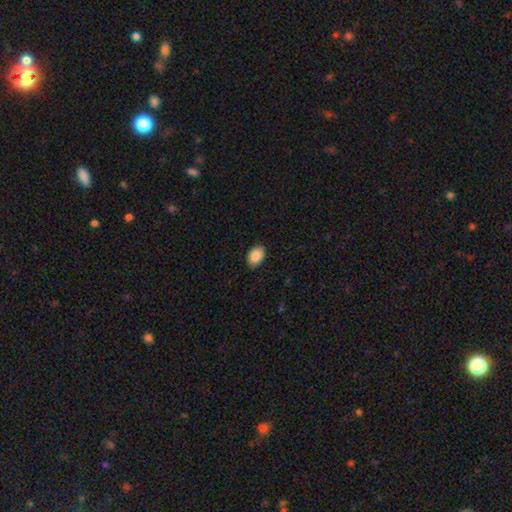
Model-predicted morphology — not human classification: Smooth or featured: smooth — 89% (star or artifact — 7%)
How rounded: in between — 86% (round — 12%)
Merging: none — 85% (minor disturbance — 12%)